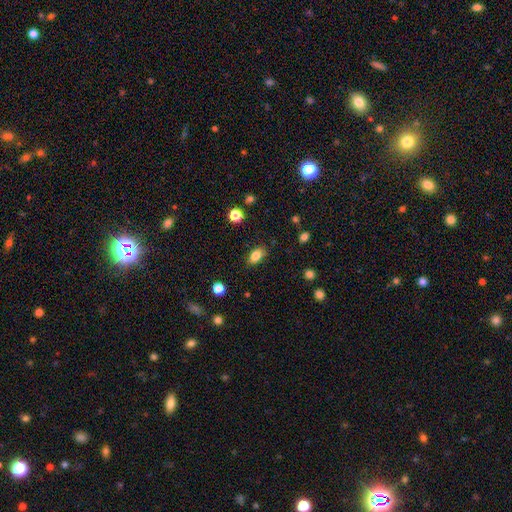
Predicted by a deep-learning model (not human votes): Smooth or featured?
  - smooth: 83% *
  - star or artifact: 9%
  - featured or disk: 8%
How rounded?
  - in between: 87% *
  - round: 9%
  - cigar-shaped: 5%
Merging?
  - none: 84% *
  - minor disturbance: 12%
  - major disturbance: 3%
  - merger: 1%